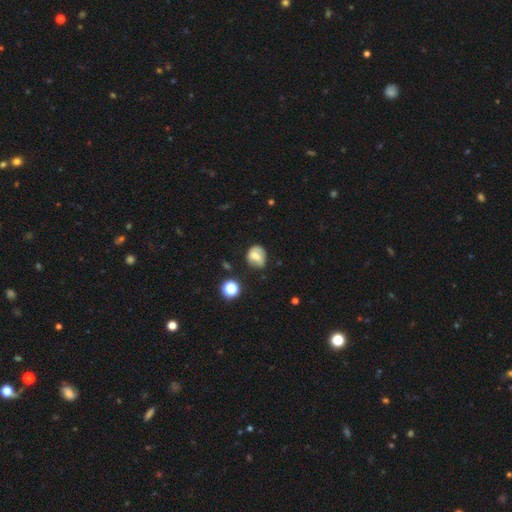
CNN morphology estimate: A smooth galaxy with no disk features (62%) that is round (65%).

Vote fractions:
- Smooth or featured? smooth: 62% / featured or disk: 27% / star or artifact: 11%
- How rounded? round: 65% / in between: 34% / cigar-shaped: 1%
- Merging? none: 52% / minor disturbance: 31% / major disturbance: 12% / merger: 4%